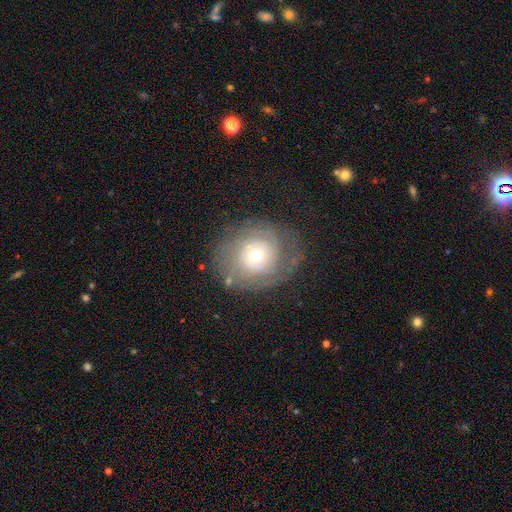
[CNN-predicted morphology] Q: Smooth or featured?
A: featured or disk (60%); runner-up: smooth (31%)
Q: Edge-on disk?
A: no (96%); runner-up: yes (4%)
Q: Bar?
A: no (85%); runner-up: weak (12%)
Q: Spiral arms?
A: yes (64%); runner-up: no (36%)
Q: Bulge size?
A: moderate (51%); runner-up: small (41%)
Q: Merging?
A: none (70%); runner-up: minor disturbance (17%)